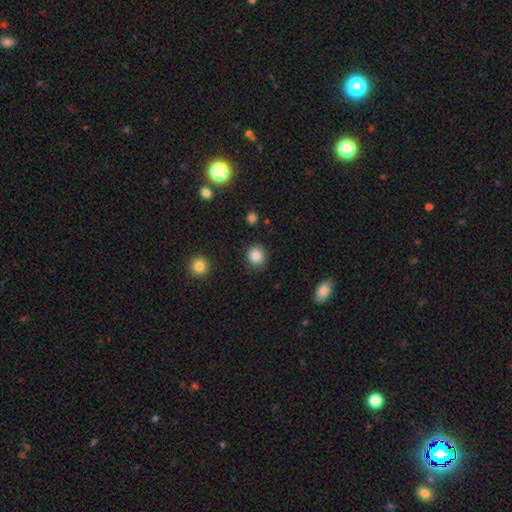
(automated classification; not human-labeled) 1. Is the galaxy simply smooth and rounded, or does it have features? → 86% smooth, 10% star or artifact, 4% featured or disk.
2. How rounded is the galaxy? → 85% round, 14% in between, 1% cigar-shaped.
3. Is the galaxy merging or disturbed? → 88% none, 7% minor disturbance, 3% major disturbance, 2% merger.